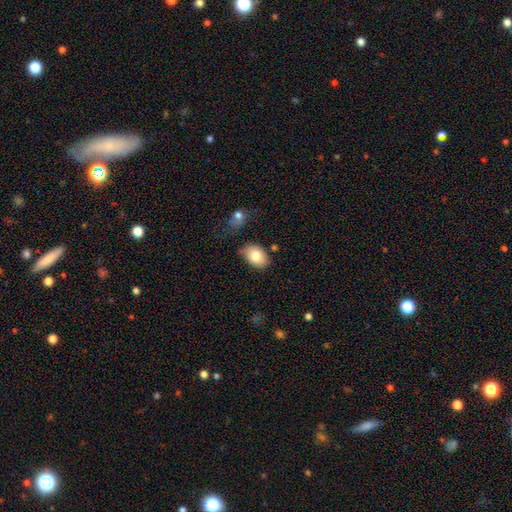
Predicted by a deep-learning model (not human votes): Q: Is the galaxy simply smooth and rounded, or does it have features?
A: smooth — 80%.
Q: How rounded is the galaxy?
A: in between — 84%.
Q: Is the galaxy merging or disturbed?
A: none — 76%.